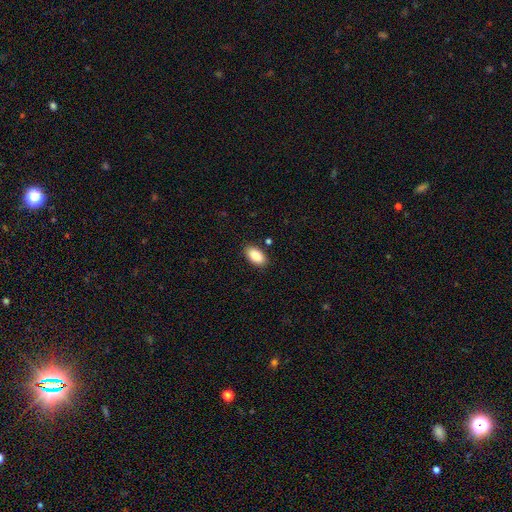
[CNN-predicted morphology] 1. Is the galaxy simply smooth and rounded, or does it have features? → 89% smooth, 7% star or artifact, 4% featured or disk.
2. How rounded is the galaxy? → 94% in between, 4% round, 2% cigar-shaped.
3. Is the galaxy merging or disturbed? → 87% none, 9% minor disturbance, 2% major disturbance, 2% merger.